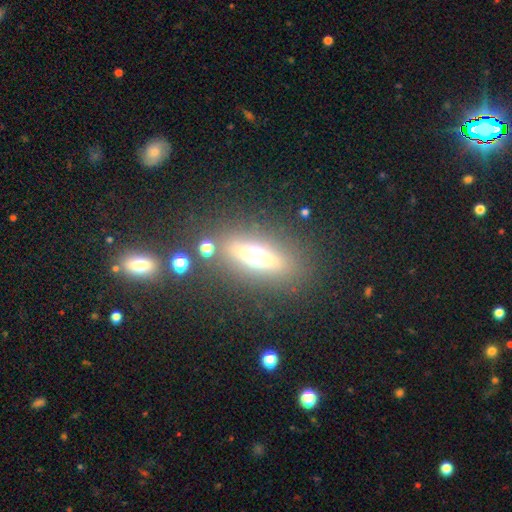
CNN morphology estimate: smooth-or-featured: featured or disk: 45% | smooth: 39% | star or artifact: 16%
  merging: none: 82% | minor disturbance: 9% | major disturbance: 5% | merger: 4%